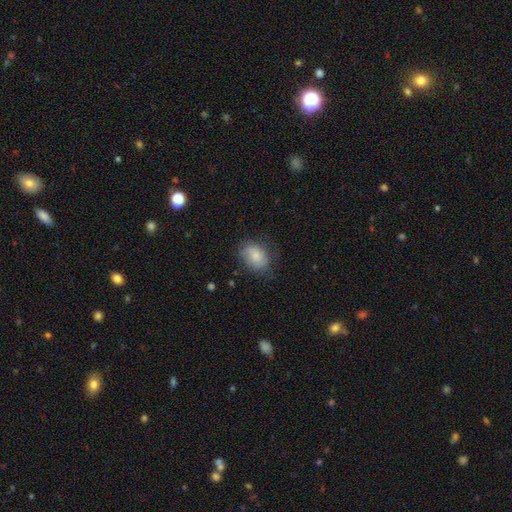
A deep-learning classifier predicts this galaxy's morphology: A smooth galaxy with no disk features (78%) that is in between round and cigar-shaped (70%). Merging: none (67%).